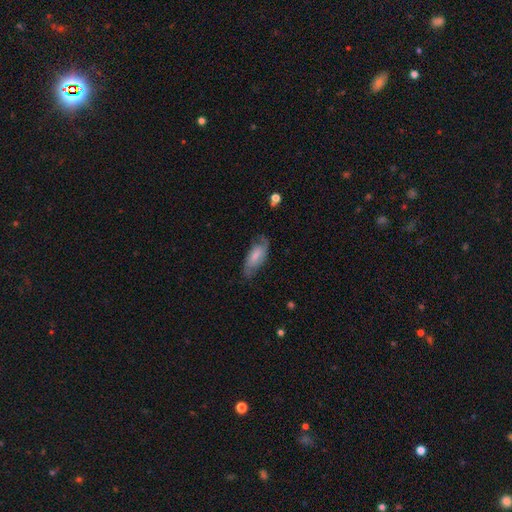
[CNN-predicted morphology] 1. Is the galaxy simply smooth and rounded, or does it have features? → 56% smooth, 38% featured or disk, 7% star or artifact.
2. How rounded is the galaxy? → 77% in between, 21% cigar-shaped, 2% round.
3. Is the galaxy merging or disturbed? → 63% none, 26% minor disturbance, 8% major disturbance, 2% merger.